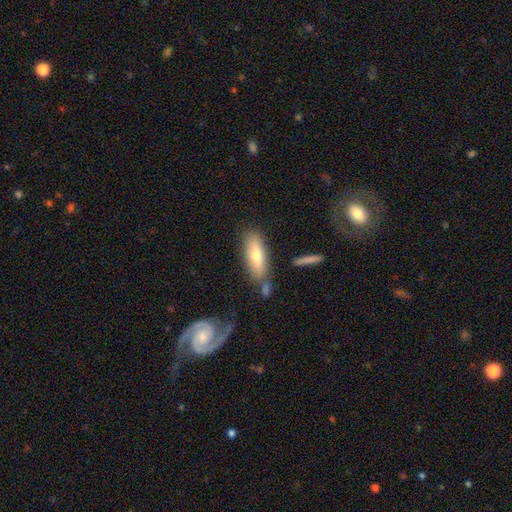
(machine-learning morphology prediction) This is likely a smooth galaxy (66%). How rounded: likely in between (64%). Merging: likely none (71%).